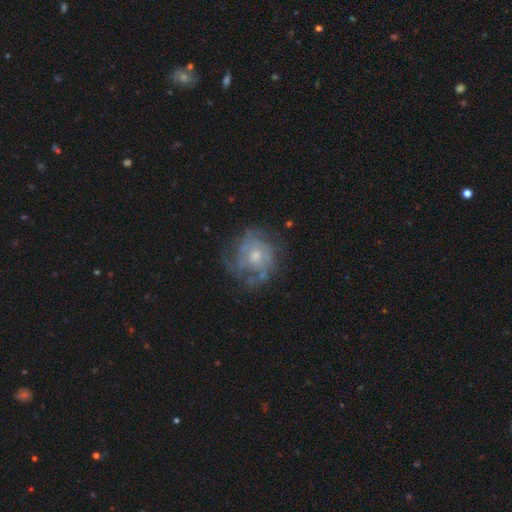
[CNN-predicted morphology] Smooth or featured? Predicted: featured or disk (p=0.68). Edge-on disk? Predicted: no (p=0.98). Bar? Predicted: no (p=0.81). Spiral arms? Predicted: yes (p=0.61). Bulge size? Predicted: moderate (p=0.52). Merging? Predicted: none (p=0.60).